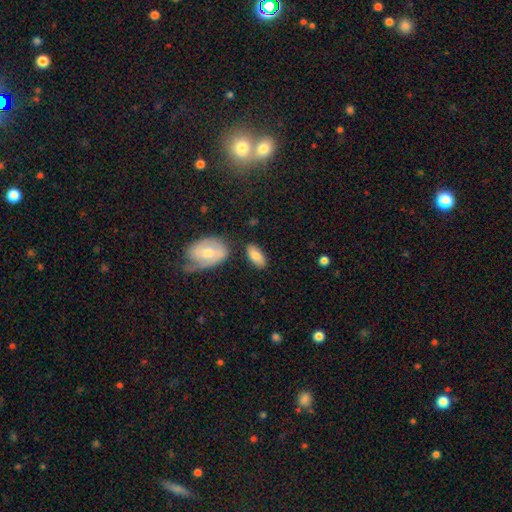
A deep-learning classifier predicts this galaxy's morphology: smooth_or_featured: smooth (p=0.76) [alt: featured or disk p=0.17]
how_rounded: in between (p=0.91) [alt: cigar-shaped p=0.06]
merging: none (p=0.73) [alt: minor disturbance p=0.15]